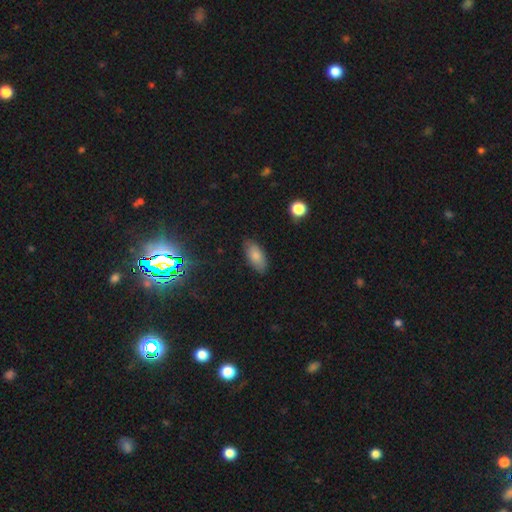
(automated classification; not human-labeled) Q: Smooth or featured?
A: smooth (82%); runner-up: featured or disk (10%)
Q: How rounded?
A: in between (91%); runner-up: cigar-shaped (7%)
Q: Merging?
A: none (83%); runner-up: minor disturbance (13%)